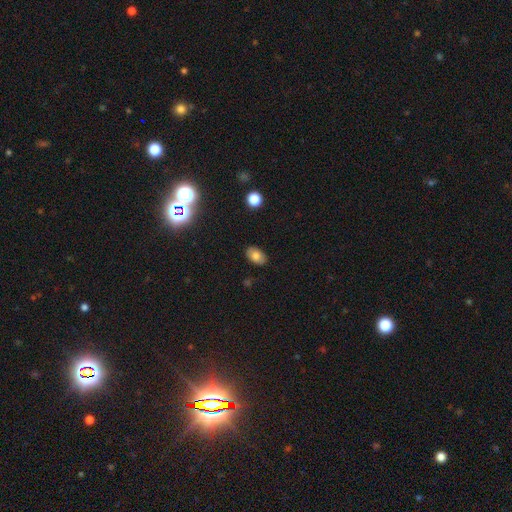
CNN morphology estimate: Smooth or featured: smooth — 77% (featured or disk — 12%)
How rounded: in between — 89% (round — 9%)
Merging: none — 87% (minor disturbance — 10%)